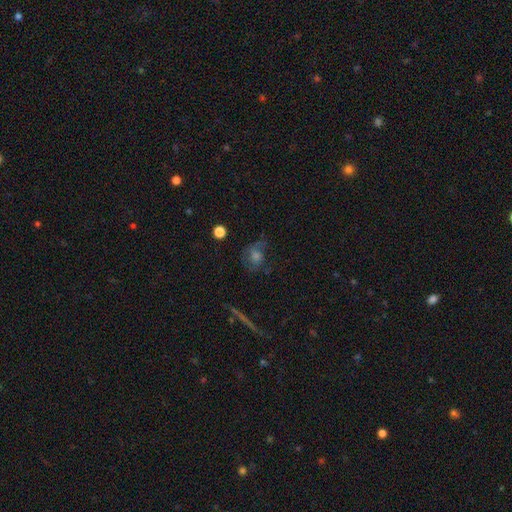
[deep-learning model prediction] A smooth galaxy with no disk features (41%).

Vote fractions:
- Smooth or featured? smooth: 41% / featured or disk: 39% / star or artifact: 20%
- Merging? none: 56% / minor disturbance: 23% / major disturbance: 18% / merger: 3%